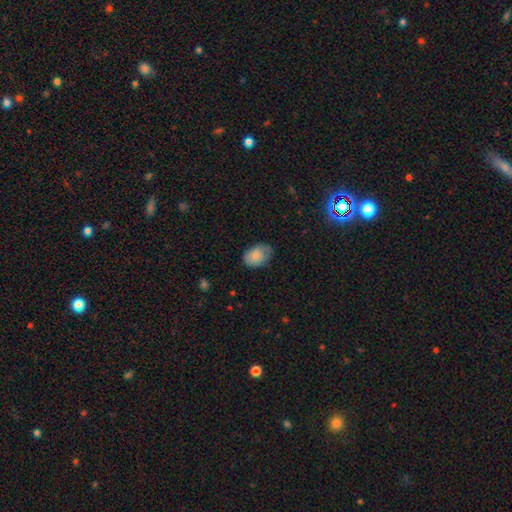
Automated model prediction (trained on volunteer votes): Morphology: type=smooth (79%); roundness=in between (76%); merging=none (60%).